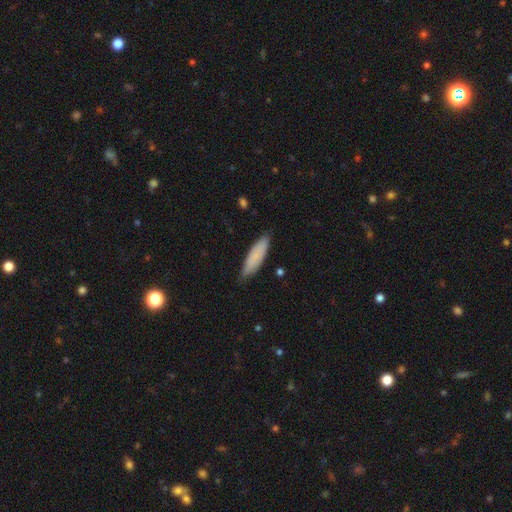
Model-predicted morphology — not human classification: type=smooth (82%); roundness=cigar-shaped (61%); merging=none (81%).